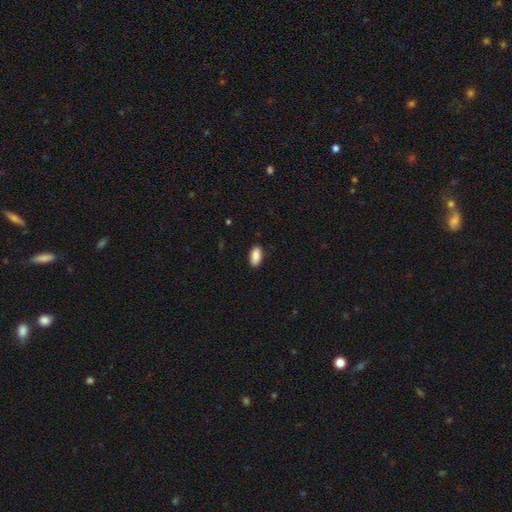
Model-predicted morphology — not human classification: This appears to be a smooth galaxy with no disk features (89%) that is in between round and cigar-shaped (94%). Merging: none (87%).